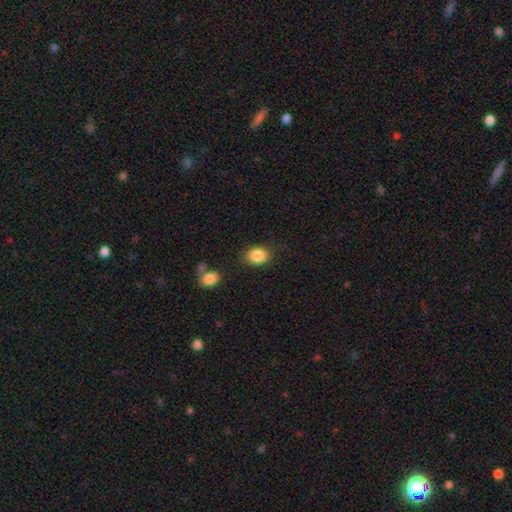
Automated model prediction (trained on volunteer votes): Smooth or featured? Predicted: smooth (p=0.86). How rounded? Predicted: in between (p=0.53). Merging? Predicted: none (p=0.80).